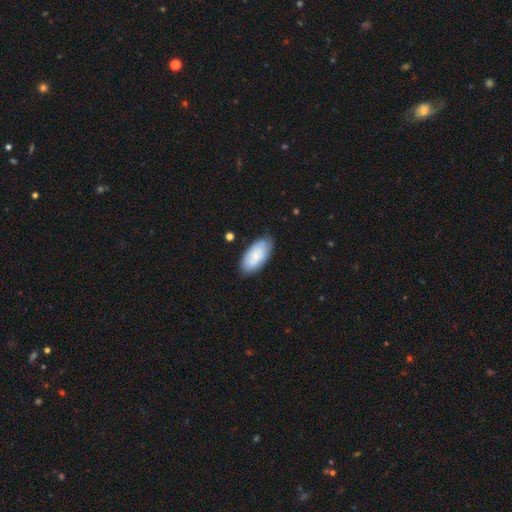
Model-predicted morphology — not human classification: This is likely a smooth galaxy (71%). How rounded: clearly in between (94%). Merging: likely none (76%).